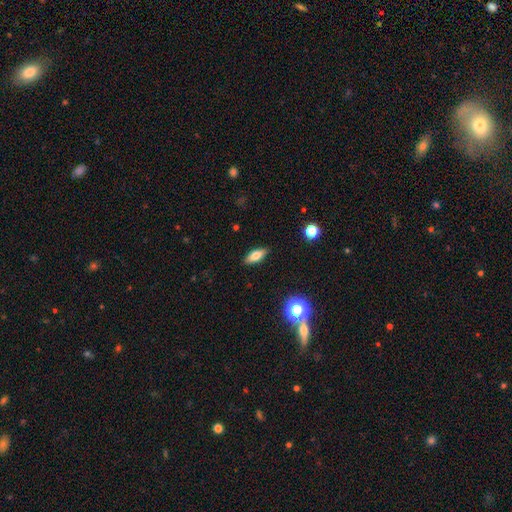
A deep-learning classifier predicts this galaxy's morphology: Smooth or featured?
  - smooth: 69% *
  - featured or disk: 22%
  - star or artifact: 9%
How rounded?
  - in between: 72% *
  - cigar-shaped: 24%
  - round: 4%
Merging?
  - none: 89% *
  - minor disturbance: 8%
  - major disturbance: 2%
  - merger: 1%